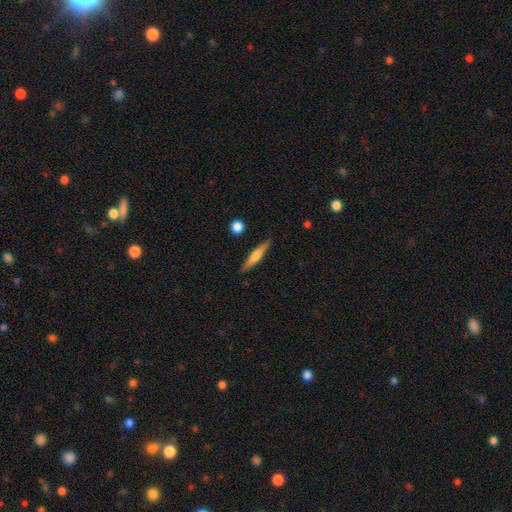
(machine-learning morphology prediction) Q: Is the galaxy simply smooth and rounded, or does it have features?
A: smooth — 49%.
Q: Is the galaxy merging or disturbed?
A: none — 87%.